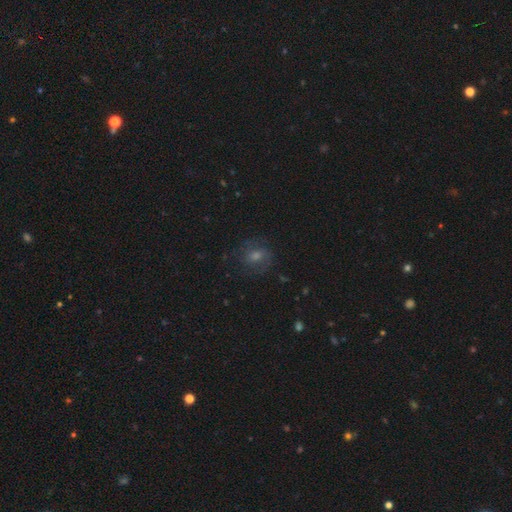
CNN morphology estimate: Smooth or featured?
  - featured or disk: 38% *
  - smooth: 36%
  - star or artifact: 26%
Merging?
  - none: 77% *
  - minor disturbance: 14%
  - major disturbance: 8%
  - merger: 1%